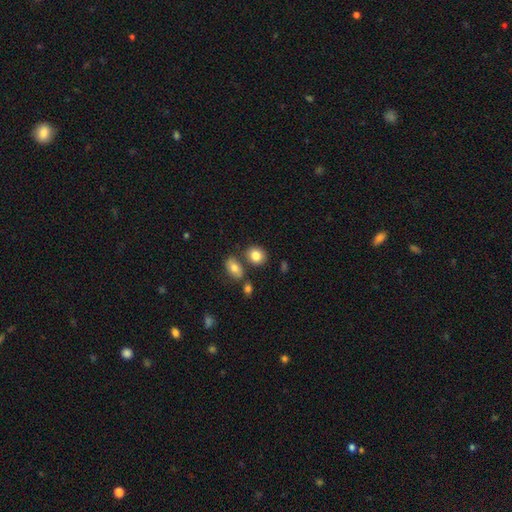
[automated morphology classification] Q: Smooth or featured?
A: smooth (82%); runner-up: star or artifact (9%)
Q: How rounded?
A: round (60%); runner-up: in between (39%)
Q: Merging?
A: none (71%); runner-up: merger (15%)